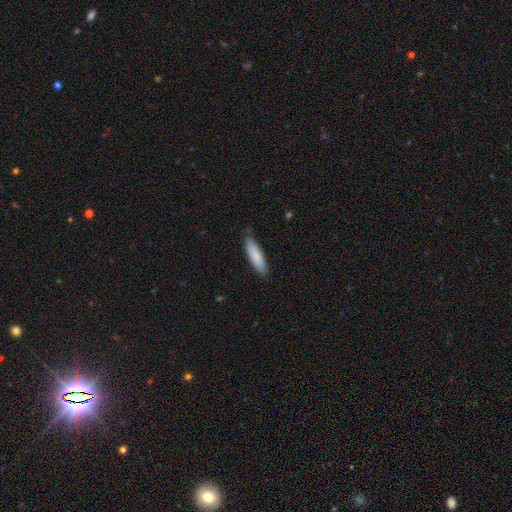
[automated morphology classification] This appears to be a smooth galaxy with no disk features (84%) that is cigar-shaped (62%). Merging: none (84%).